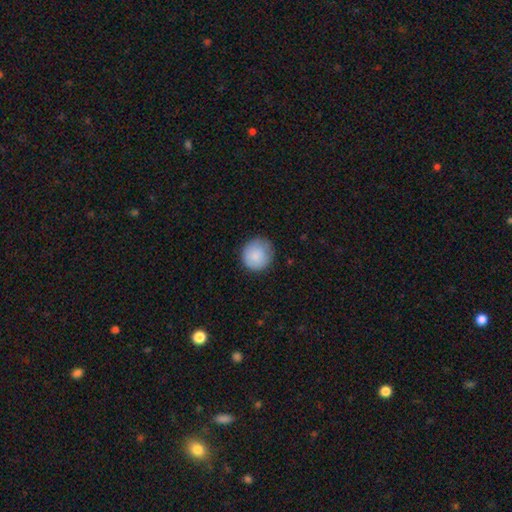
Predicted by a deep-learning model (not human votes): Morphology: type=smooth (86%); roundness=round (92%); merging=none (80%).